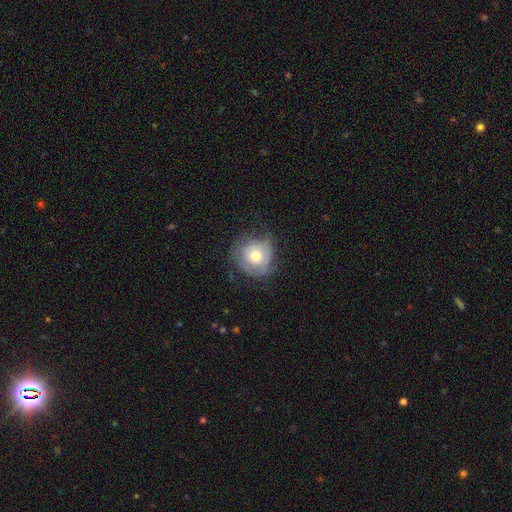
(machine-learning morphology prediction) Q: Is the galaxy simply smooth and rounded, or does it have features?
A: smooth — 57%.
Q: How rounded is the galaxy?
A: round — 88%.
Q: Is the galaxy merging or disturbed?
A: none — 54%.